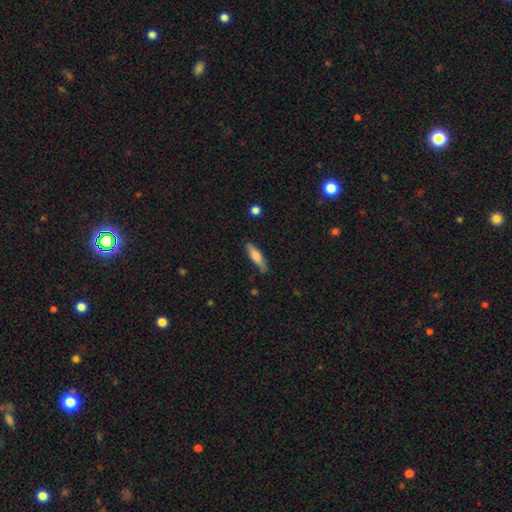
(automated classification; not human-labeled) smooth_or_featured: smooth (p=0.68) [alt: featured or disk p=0.26]
how_rounded: cigar-shaped (p=0.63) [alt: in between p=0.35]
merging: none (p=0.81) [alt: minor disturbance p=0.15]